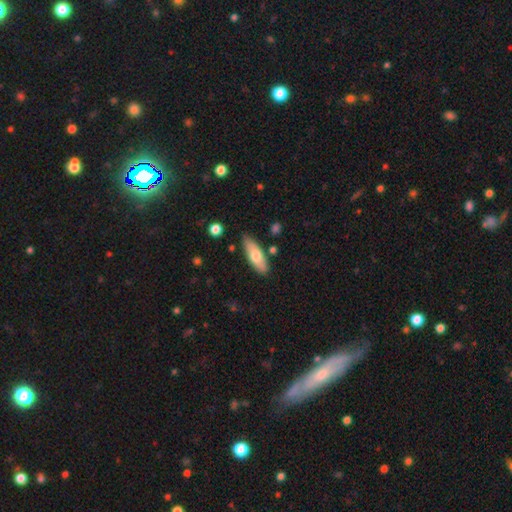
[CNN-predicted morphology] Q: Smooth or featured?
A: smooth (69%); runner-up: featured or disk (25%)
Q: How rounded?
A: in between (65%); runner-up: cigar-shaped (33%)
Q: Merging?
A: none (80%); runner-up: minor disturbance (14%)